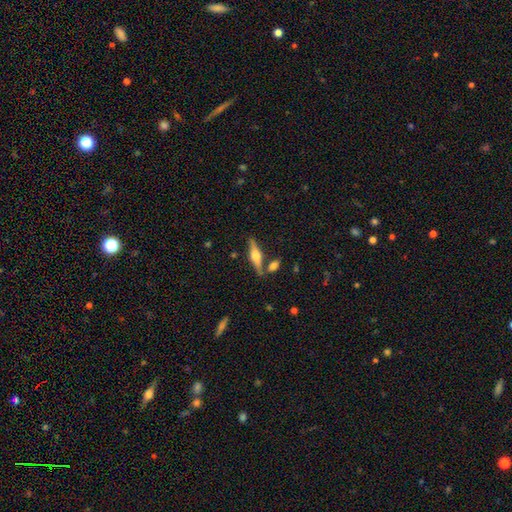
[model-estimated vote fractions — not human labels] The model was most divided on "smooth or featured": featured or disk: 66%, smooth: 27%, star or artifact: 7%. More confident: edge-on disk — yes (96%); edge-on bulge — rounded (88%); merging — none (79%).